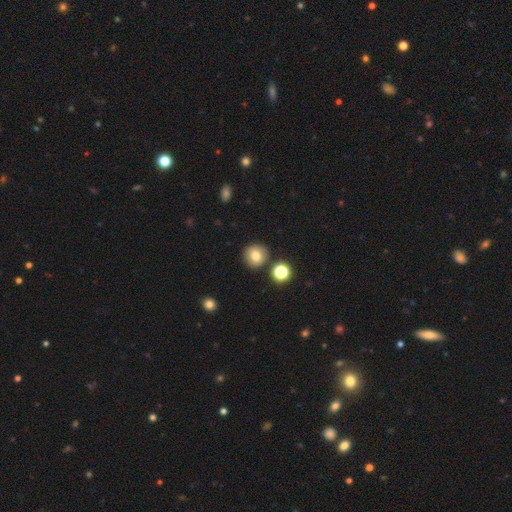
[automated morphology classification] Smooth or featured?
  - smooth: 80% *
  - star or artifact: 11%
  - featured or disk: 9%
How rounded?
  - round: 92% *
  - in between: 7%
  - cigar-shaped: 1%
Merging?
  - none: 85% *
  - minor disturbance: 7%
  - merger: 5%
  - major disturbance: 2%